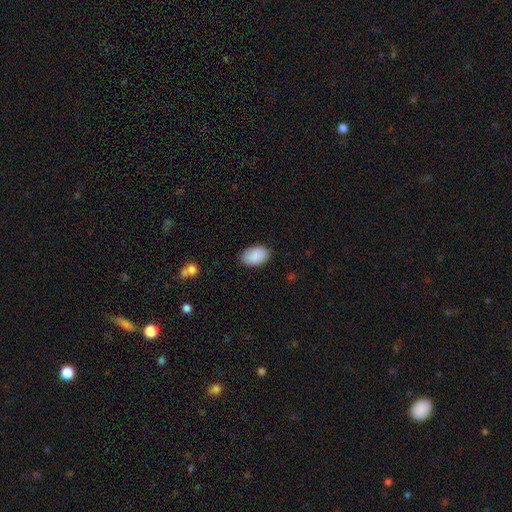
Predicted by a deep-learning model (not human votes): smooth-or-featured: smooth: 91% | star or artifact: 6% | featured or disk: 3%
  how-rounded: in between: 93% | round: 6% | cigar-shaped: 1%
  merging: none: 86% | minor disturbance: 10% | major disturbance: 2% | merger: 1%